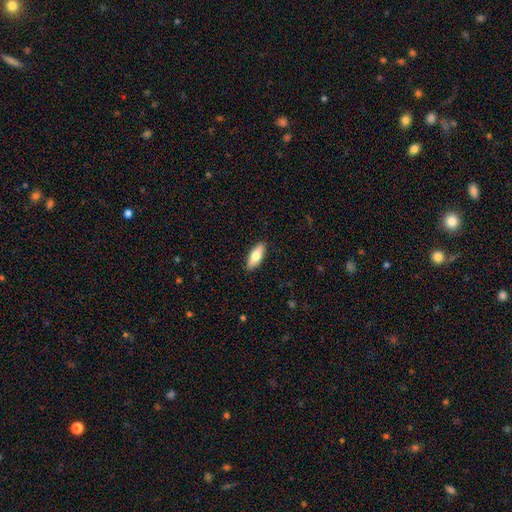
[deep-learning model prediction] The model was most divided on "how rounded": in between: 69%, cigar-shaped: 28%, round: 2%. More confident: merging — none (90%); smooth or featured — smooth (71%).